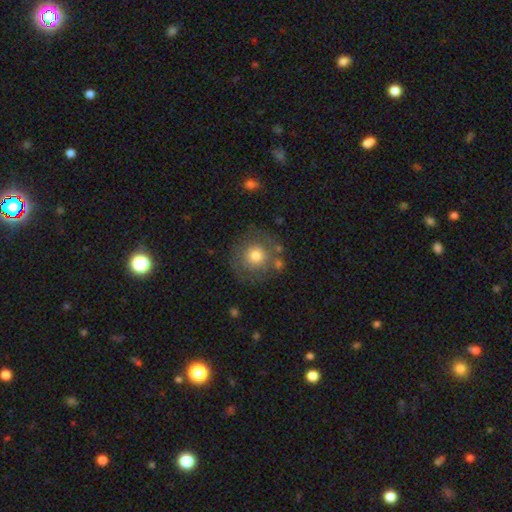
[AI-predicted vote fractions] Overall: smooth (67%). How rounded: round (94%). Merging: none (74%).